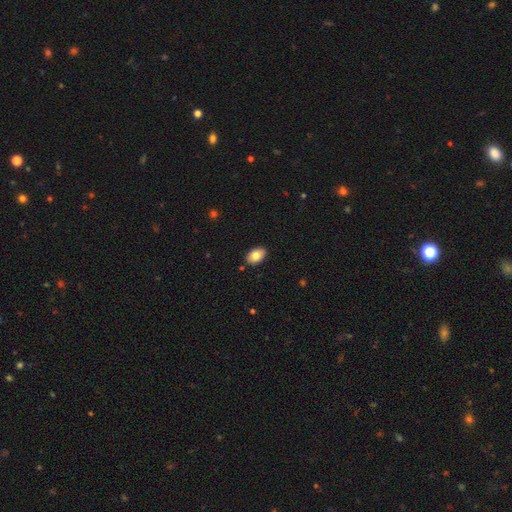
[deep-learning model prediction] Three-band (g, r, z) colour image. It shows a smooth galaxy with no disk features (82%) that is in between round and cigar-shaped (90%). Merging: none (88%).